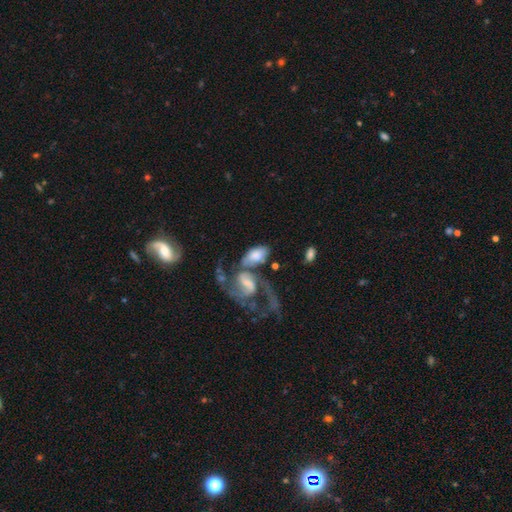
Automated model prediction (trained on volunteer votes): Smooth or featured?
  - smooth: 48% *
  - featured or disk: 44%
  - star or artifact: 8%
Merging?
  - merger: 46% *
  - none: 25%
  - major disturbance: 17%
  - minor disturbance: 12%